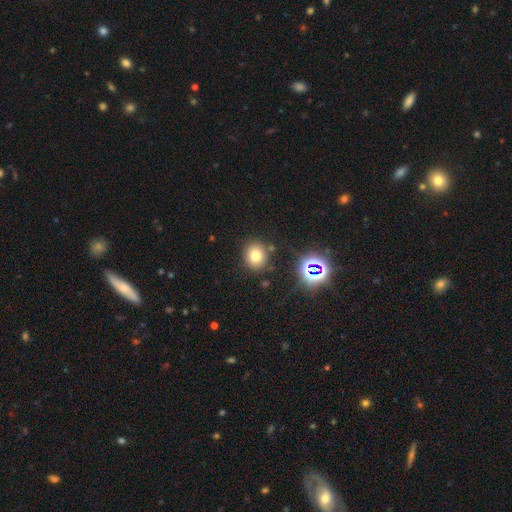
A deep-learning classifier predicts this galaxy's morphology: Overall: smooth (72%). How rounded: round (77%). Merging: none (83%).